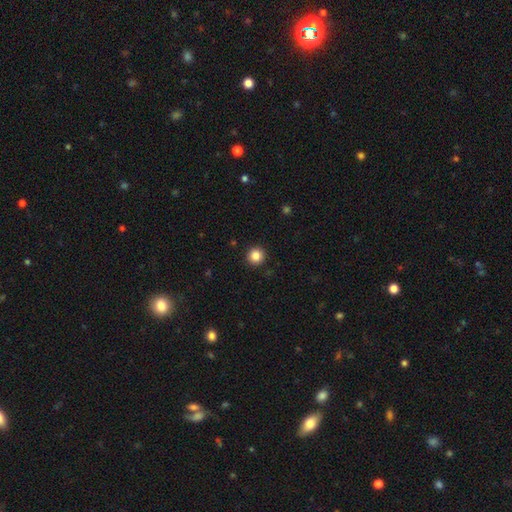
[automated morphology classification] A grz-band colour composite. It shows a smooth galaxy with no disk features (85%) that is round (95%). Merging: none (93%).